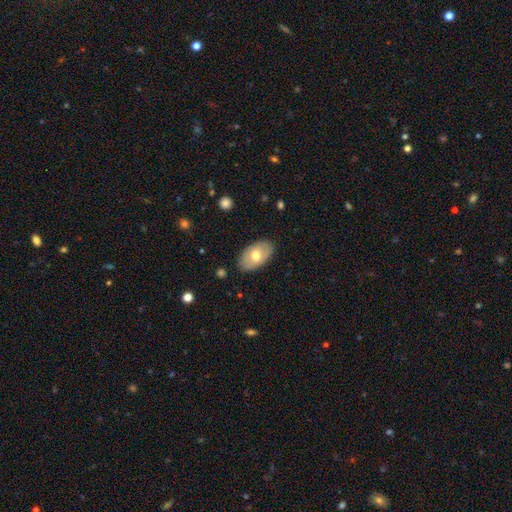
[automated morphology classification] Smooth or featured: smooth — 62% (featured or disk — 32%)
How rounded: in between — 93% (round — 6%)
Merging: none — 85% (minor disturbance — 11%)